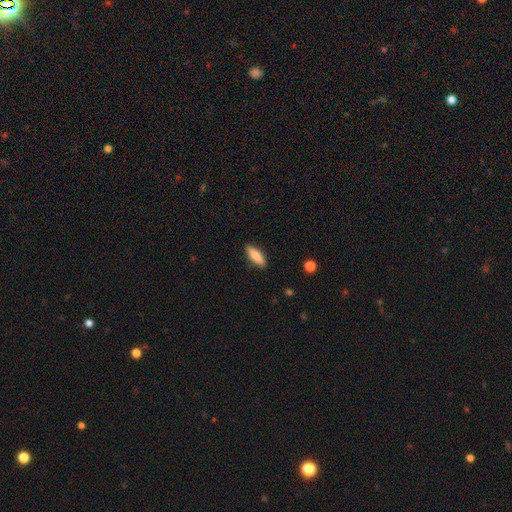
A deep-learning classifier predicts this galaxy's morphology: A smooth galaxy with no disk features (86%) that is in between round and cigar-shaped (53%).

Vote fractions:
- Smooth or featured? smooth: 86% / featured or disk: 8% / star or artifact: 6%
- How rounded? in between: 53% / cigar-shaped: 45% / round: 2%
- Merging? none: 88% / minor disturbance: 9% / major disturbance: 2% / merger: 1%